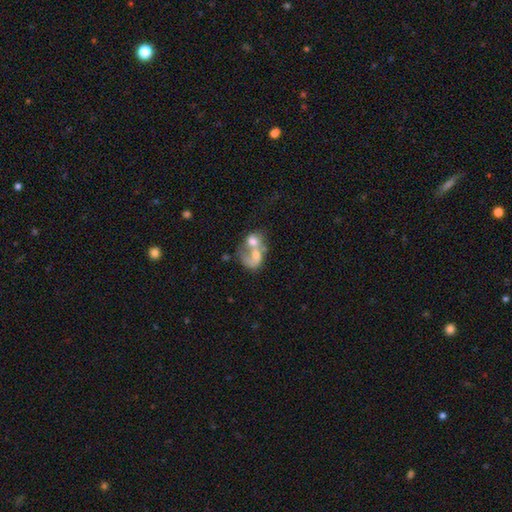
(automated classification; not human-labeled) A smooth galaxy with no disk features (46%).

Vote fractions:
- Smooth or featured? smooth: 46% / featured or disk: 45% / star or artifact: 9%
- Merging? merger: 73% / major disturbance: 12% / none: 10% / minor disturbance: 5%